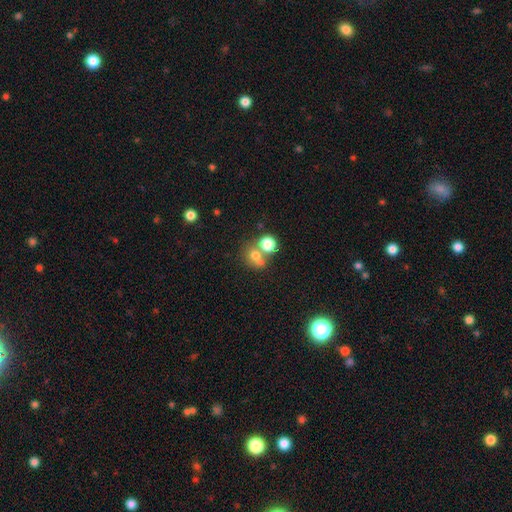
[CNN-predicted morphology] The model was most divided on "merging": merger: 47%, none: 38%, minor disturbance: 9%, major disturbance: 6%. More confident: smooth or featured — smooth (71%); how rounded — round (67%).